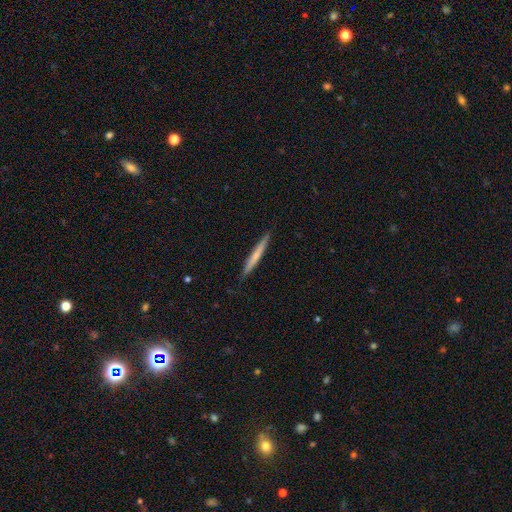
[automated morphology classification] Smooth or featured? smooth (59%)
How rounded? cigar-shaped (96%)
Merging? none (88%)